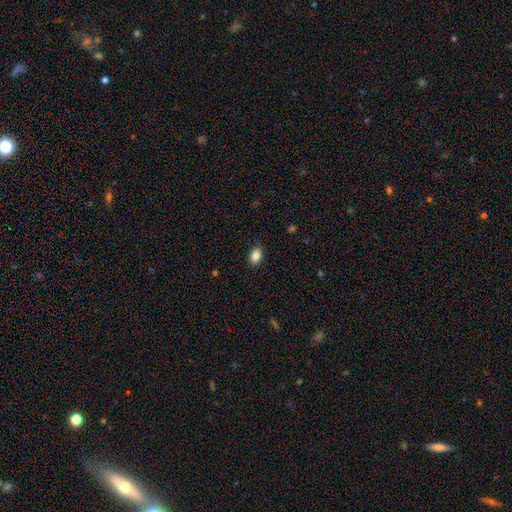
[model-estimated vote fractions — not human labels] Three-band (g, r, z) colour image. It shows a smooth galaxy with no disk features (87%) that is in between round and cigar-shaped (79%). Merging: none (88%).